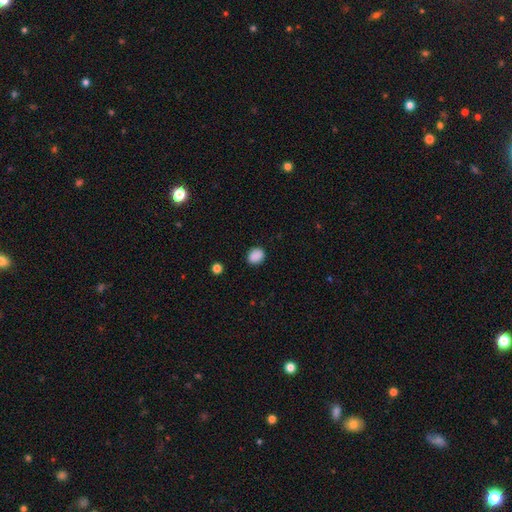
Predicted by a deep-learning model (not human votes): smooth_or_featured: smooth (p=0.88) [alt: star or artifact p=0.09]
how_rounded: round (p=0.56) [alt: in between p=0.43]
merging: none (p=0.88) [alt: minor disturbance p=0.09]